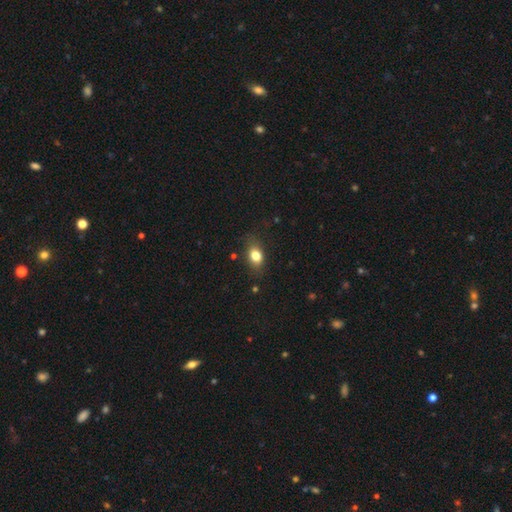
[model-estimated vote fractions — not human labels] Q: Smooth or featured?
A: smooth (80%); runner-up: featured or disk (10%)
Q: How rounded?
A: in between (70%); runner-up: round (27%)
Q: Merging?
A: none (77%); runner-up: minor disturbance (17%)